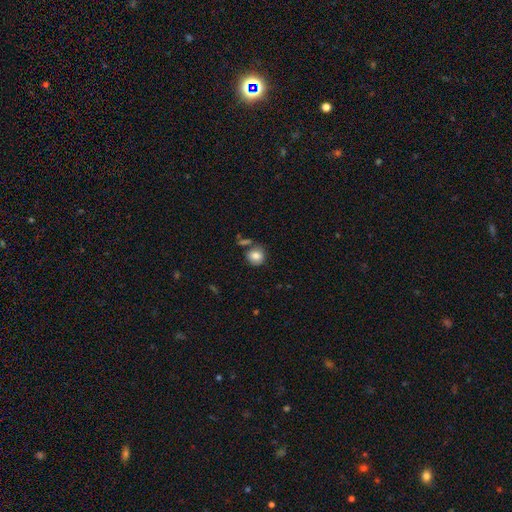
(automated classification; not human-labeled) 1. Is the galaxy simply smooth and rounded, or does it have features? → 80% smooth, 11% featured or disk, 9% star or artifact.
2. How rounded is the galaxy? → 82% round, 17% in between, 1% cigar-shaped.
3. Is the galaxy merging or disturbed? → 68% none, 16% minor disturbance, 11% merger, 5% major disturbance.